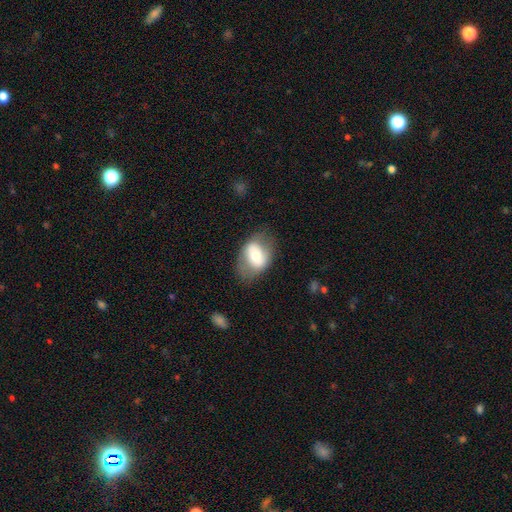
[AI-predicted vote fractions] This is possibly a smooth galaxy (57%). How rounded: likely in between (79%). Merging: likely none (65%).